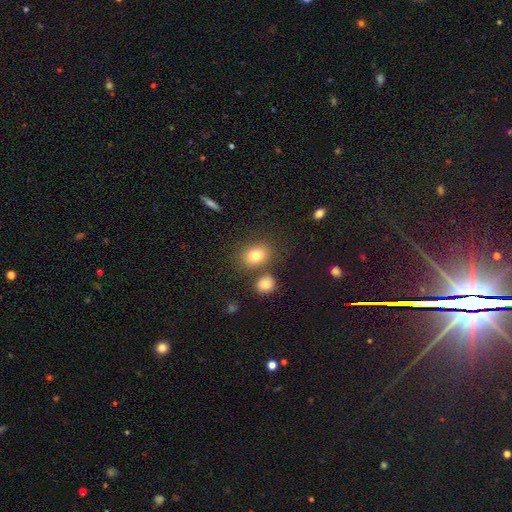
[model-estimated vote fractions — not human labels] Overall: smooth (78%). How rounded: in between (63%; round 35%). Merging: none (71%).